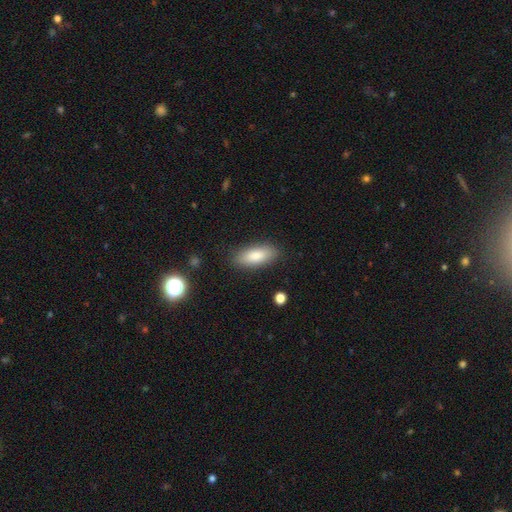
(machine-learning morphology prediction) Smooth or featured? Predicted: smooth (p=0.83). How rounded? Predicted: in between (p=0.81). Merging? Predicted: none (p=0.85).